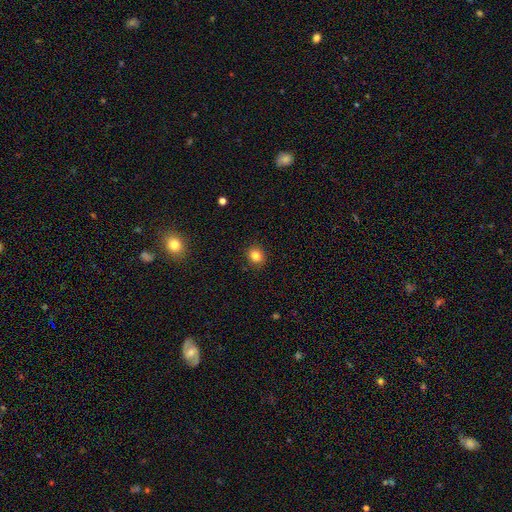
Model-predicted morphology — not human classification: A smooth galaxy with no disk features (84%) that is round (68%). Merging: none (89%).